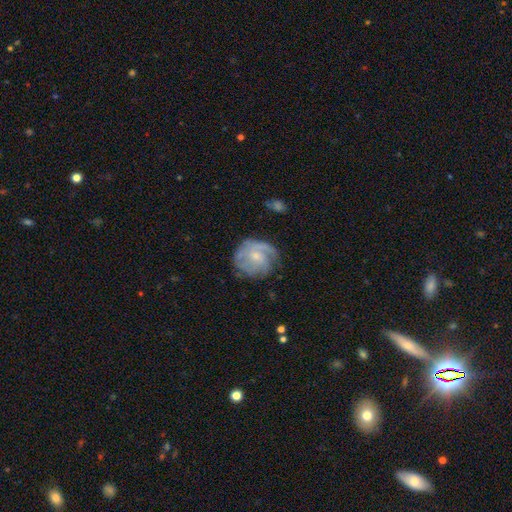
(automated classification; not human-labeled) A featured or disk galaxy (69%) with no bar (68%), tight (52%) spiral arms (86%) and a small central bulge (60%).

Vote fractions:
- Smooth or featured? featured or disk: 69% / smooth: 24% / star or artifact: 6%
- Edge-on disk? no: 98% / yes: 2%
- Bar? no: 68% / weak: 28% / strong: 4%
- Spiral arms? yes: 86% / no: 14%
- Spiral winding? tight: 52% / medium: 33% / loose: 15%
- Spiral arm count? can't tell: 40% / 3: 20% / 2: 18% / 1: 10% / 4: 7% / more than 4: 5%
- Bulge size? small: 60% / moderate: 31% / none: 6% / large: 2% / dominant: 1%
- Merging? none: 66% / minor disturbance: 21% / major disturbance: 11% / merger: 2%